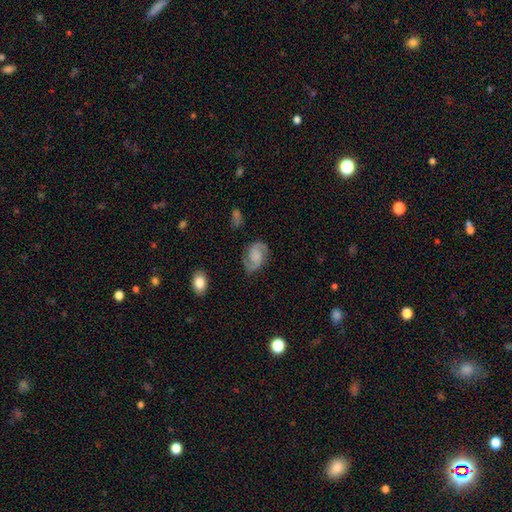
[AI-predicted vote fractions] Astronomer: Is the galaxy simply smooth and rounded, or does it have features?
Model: featured or disk — 80%.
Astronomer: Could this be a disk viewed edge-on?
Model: no — 98%.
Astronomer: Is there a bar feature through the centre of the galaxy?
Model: no — 61%.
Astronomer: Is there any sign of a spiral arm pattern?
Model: yes — 96%.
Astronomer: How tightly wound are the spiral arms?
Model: medium — 54%.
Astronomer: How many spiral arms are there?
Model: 2 — 92%.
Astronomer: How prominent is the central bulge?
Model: none — 47% (runner-up: small, 22%).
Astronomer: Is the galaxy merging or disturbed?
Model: none — 76%.